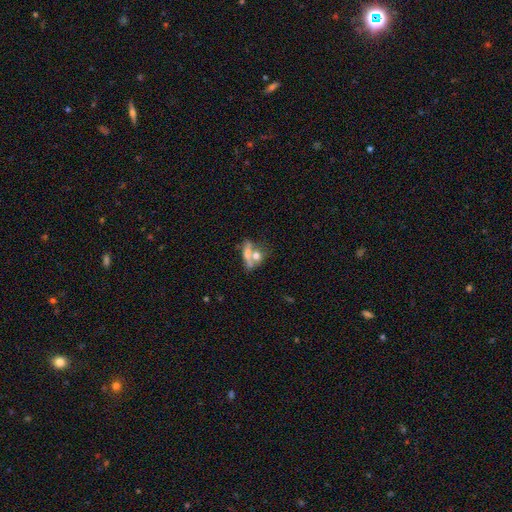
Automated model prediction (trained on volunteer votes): smooth_or_featured: smooth (p=0.56) [alt: featured or disk p=0.33]
how_rounded: in between (p=0.55) [alt: round p=0.27]
merging: merger (p=0.53) [alt: none p=0.28]